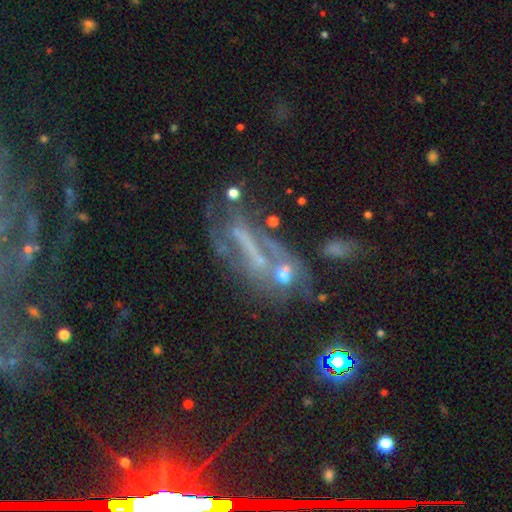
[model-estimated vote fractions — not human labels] The model was most divided on "merging": none: 31%, major disturbance: 27%, merger: 25%, minor disturbance: 17%. More confident: edge-on disk — no (79%); smooth or featured — featured or disk (56%).